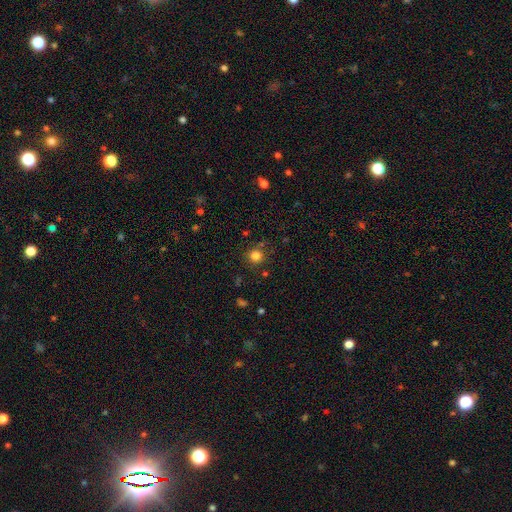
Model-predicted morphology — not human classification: Overall: smooth (81%). How rounded: round (92%). Merging: none (83%).